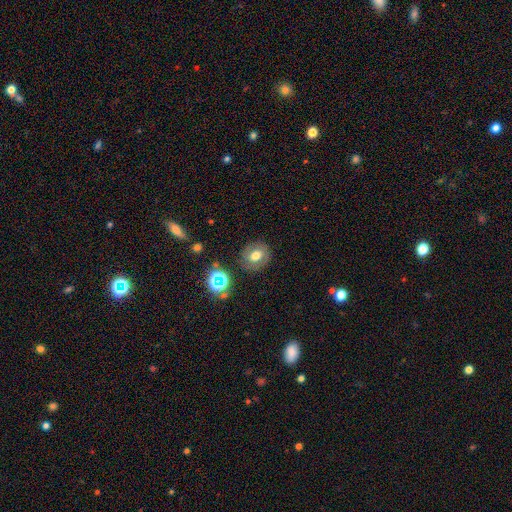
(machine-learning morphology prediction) smooth_or_featured: smooth (p=0.63) [alt: featured or disk p=0.23]
how_rounded: round (p=0.69) [alt: in between p=0.30]
merging: none (p=0.83) [alt: minor disturbance p=0.11]